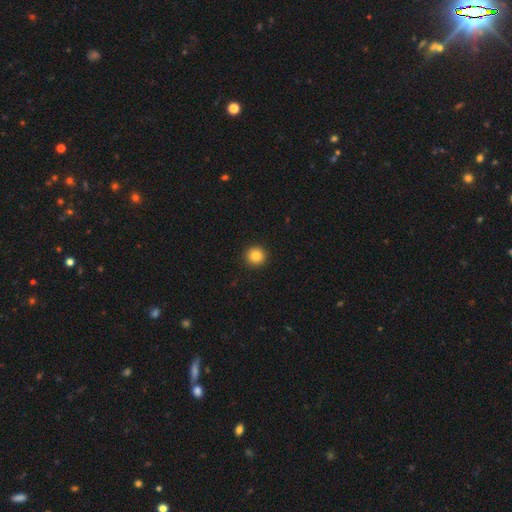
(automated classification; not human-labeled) Smooth or featured: smooth — 84% (star or artifact — 11%)
How rounded: round — 95% (in between — 4%)
Merging: none — 93% (minor disturbance — 4%)